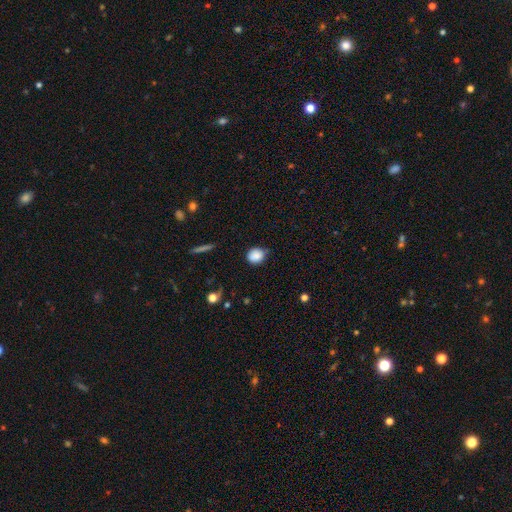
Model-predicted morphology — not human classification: Smooth or featured?
  - smooth: 86% *
  - star or artifact: 9%
  - featured or disk: 5%
How rounded?
  - round: 76% *
  - in between: 23%
  - cigar-shaped: 1%
Merging?
  - none: 69% *
  - minor disturbance: 25%
  - major disturbance: 4%
  - merger: 2%